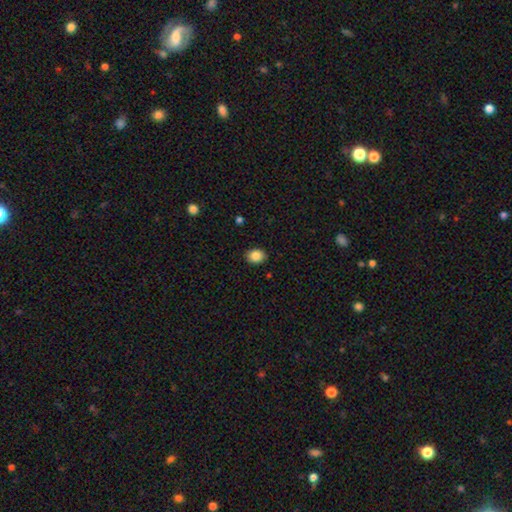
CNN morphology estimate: smooth_or_featured: smooth (p=0.86) [alt: star or artifact p=0.09]
how_rounded: in between (p=0.59) [alt: round p=0.40]
merging: none (p=0.89) [alt: minor disturbance p=0.08]